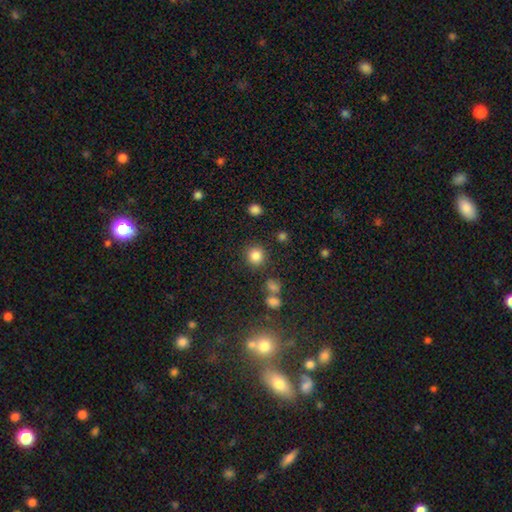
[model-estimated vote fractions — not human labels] Smooth or featured?
  - smooth: 83% *
  - star or artifact: 12%
  - featured or disk: 5%
How rounded?
  - round: 90% *
  - in between: 9%
  - cigar-shaped: 1%
Merging?
  - none: 84% *
  - minor disturbance: 8%
  - merger: 5%
  - major disturbance: 4%